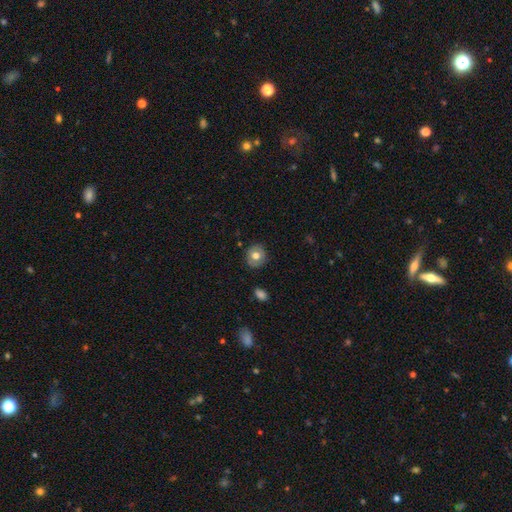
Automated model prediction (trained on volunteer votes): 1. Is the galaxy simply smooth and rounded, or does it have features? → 65% smooth, 27% featured or disk, 8% star or artifact.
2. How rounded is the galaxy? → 81% round, 18% in between, 1% cigar-shaped.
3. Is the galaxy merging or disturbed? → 86% none, 10% minor disturbance, 2% major disturbance, 1% merger.